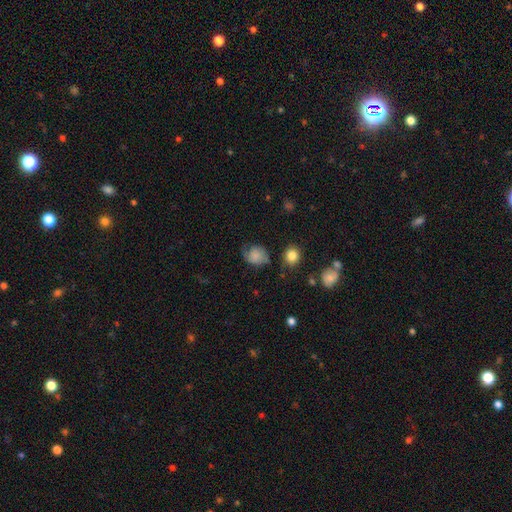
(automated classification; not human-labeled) Smooth or featured?
  - smooth: 62% *
  - featured or disk: 28%
  - star or artifact: 10%
How rounded?
  - round: 60% *
  - in between: 38%
  - cigar-shaped: 1%
Merging?
  - none: 54% *
  - minor disturbance: 29%
  - major disturbance: 14%
  - merger: 3%